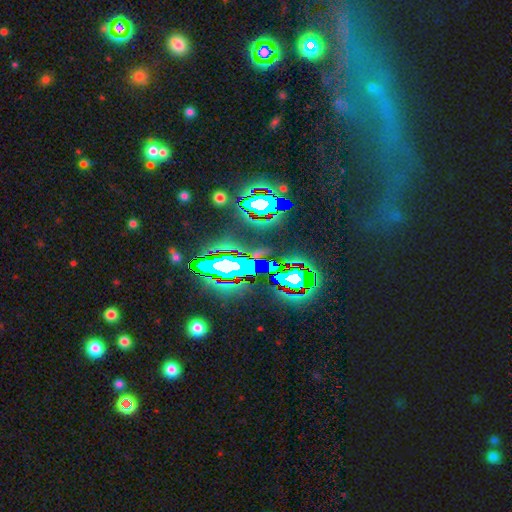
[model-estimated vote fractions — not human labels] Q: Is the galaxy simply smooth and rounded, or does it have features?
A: star or artifact — 70%.